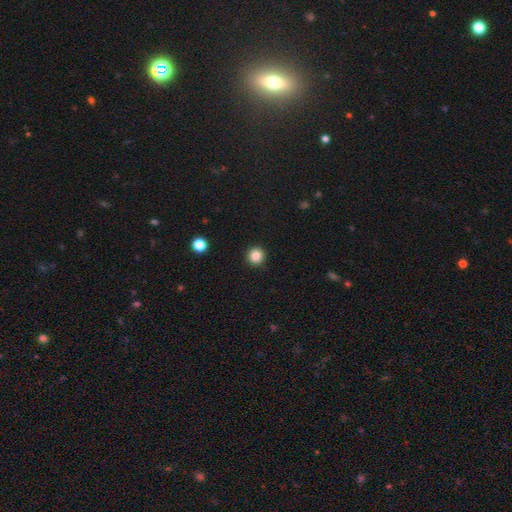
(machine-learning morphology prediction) Smooth or featured: smooth — 85% (star or artifact — 11%)
How rounded: round — 95% (in between — 4%)
Merging: none — 93% (minor disturbance — 4%)